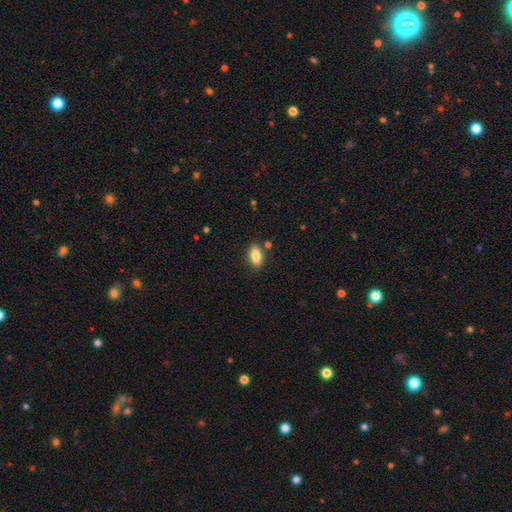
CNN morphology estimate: A smooth galaxy with no disk features (83%) that is in between round and cigar-shaped (89%).

Vote fractions:
- Smooth or featured? smooth: 83% / featured or disk: 9% / star or artifact: 8%
- How rounded? in between: 89% / cigar-shaped: 6% / round: 6%
- Merging? none: 84% / minor disturbance: 10% / merger: 4% / major disturbance: 2%